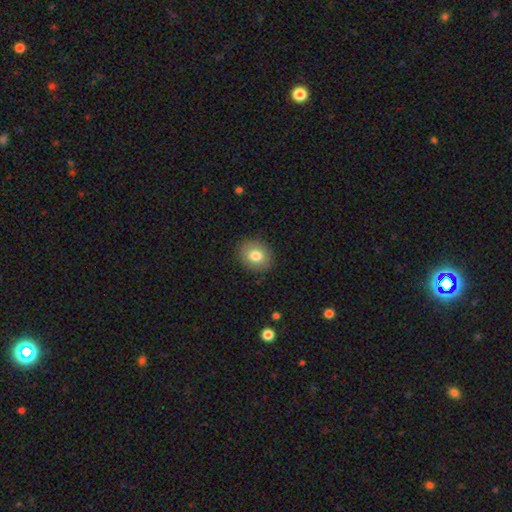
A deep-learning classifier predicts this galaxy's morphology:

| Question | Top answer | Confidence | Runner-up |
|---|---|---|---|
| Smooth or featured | smooth | 80% | featured or disk (10%) |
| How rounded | round | 64% | in between (35%) |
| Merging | none | 89% | minor disturbance (8%) |